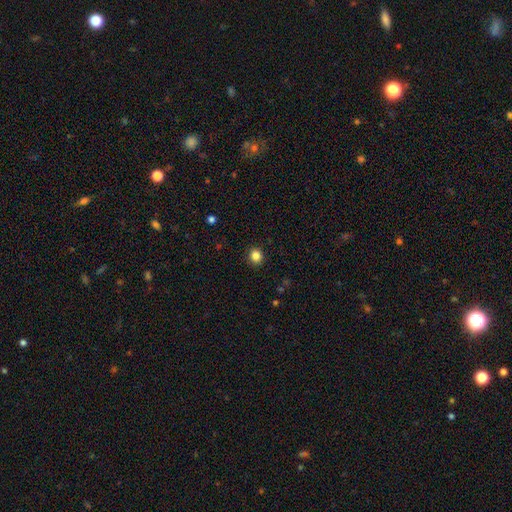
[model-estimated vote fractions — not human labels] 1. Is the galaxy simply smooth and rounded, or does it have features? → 85% smooth, 11% star or artifact, 4% featured or disk.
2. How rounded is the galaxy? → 83% round, 16% in between, 1% cigar-shaped.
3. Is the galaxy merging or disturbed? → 91% none, 6% minor disturbance, 2% major disturbance, 1% merger.